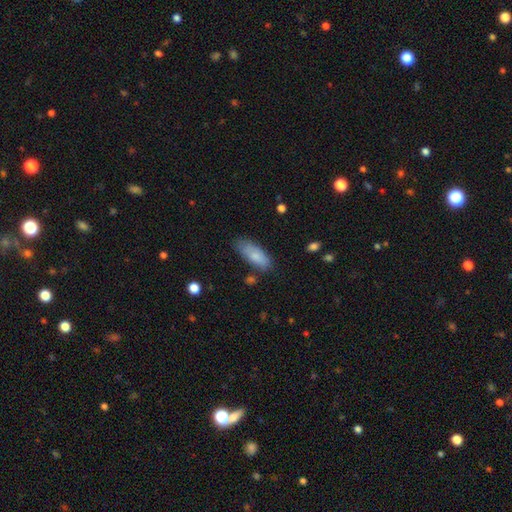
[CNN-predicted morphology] The model was most divided on "merging": none: 67%, minor disturbance: 24%, major disturbance: 5%, merger: 4%. More confident: smooth or featured — smooth (81%); how rounded — in between (77%).